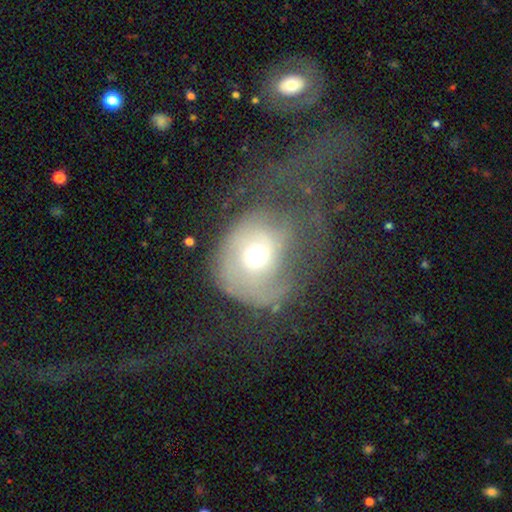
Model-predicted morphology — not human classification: Overall: smooth (47%; featured or disk 44%). Merging: major disturbance (54%; none 23%).